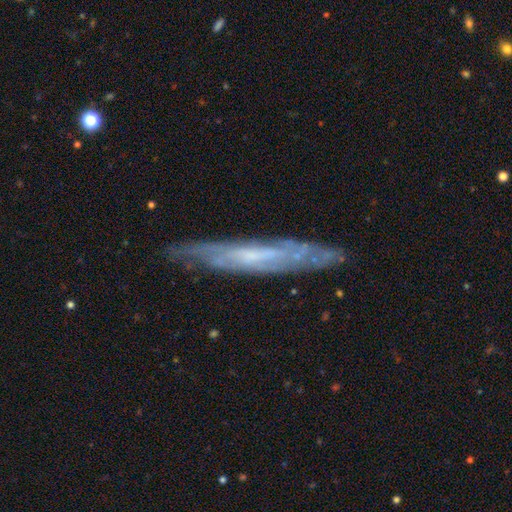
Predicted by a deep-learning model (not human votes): featured or disk 71%, smooth 21%, star or artifact 8%. Down the decision tree: edge-on disk — yes (66%); merging — none (79%).